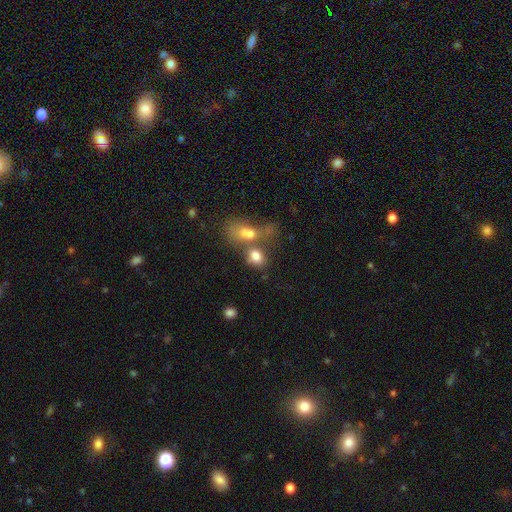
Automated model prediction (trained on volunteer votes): A smooth galaxy with no disk features (74%) that is in between round and cigar-shaped (62%). Merging: merger (54%).